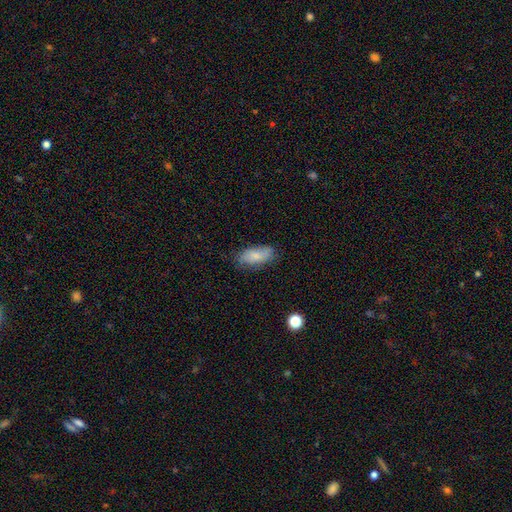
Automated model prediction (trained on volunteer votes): smooth 78%, featured or disk 15%, star or artifact 7%. Down the decision tree: how rounded — in between (87%); merging — none (77%).